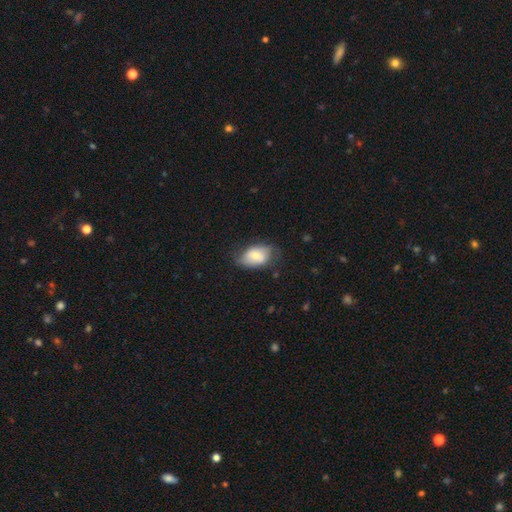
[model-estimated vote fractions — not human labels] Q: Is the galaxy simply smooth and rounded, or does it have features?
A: smooth — 65%.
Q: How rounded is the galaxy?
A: in between — 85%.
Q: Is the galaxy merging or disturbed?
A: none — 61%.